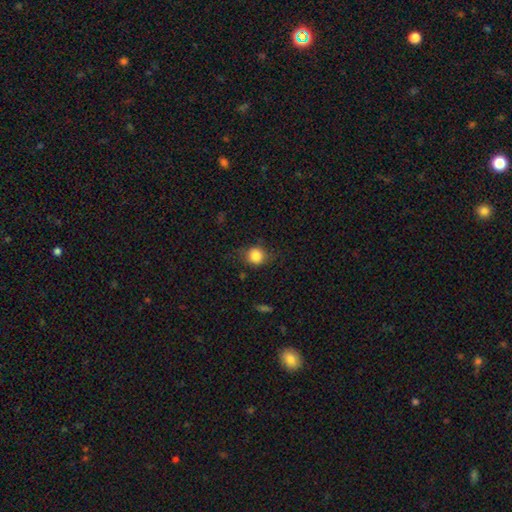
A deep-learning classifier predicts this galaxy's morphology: Smooth or featured: smooth — 82% (star or artifact — 10%)
How rounded: round — 78% (in between — 21%)
Merging: none — 72% (minor disturbance — 20%)